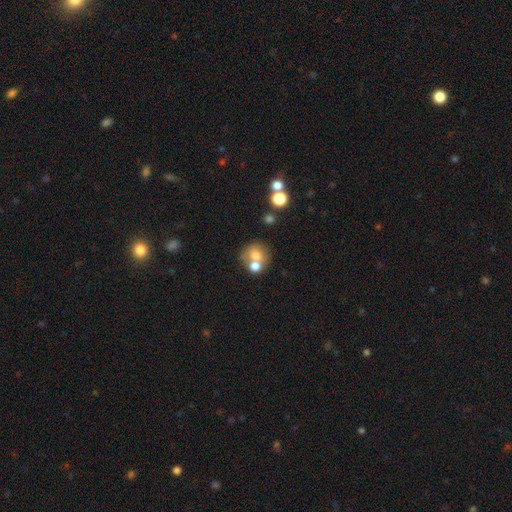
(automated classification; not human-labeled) smooth_or_featured: smooth (p=0.69) [alt: featured or disk p=0.20]
how_rounded: round (p=0.79) [alt: in between p=0.20]
merging: merger (p=0.44) [alt: none p=0.43]